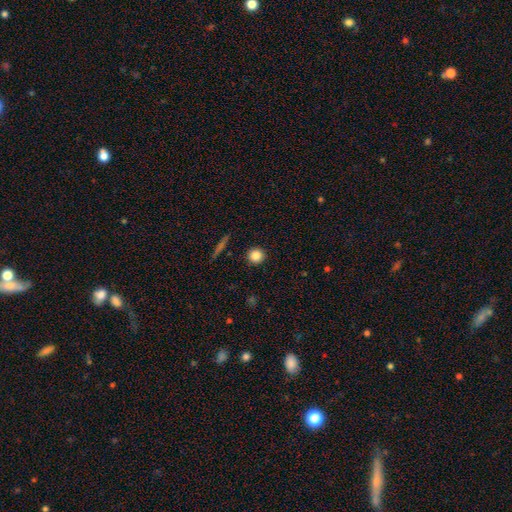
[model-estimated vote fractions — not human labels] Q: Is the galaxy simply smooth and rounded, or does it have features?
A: smooth — 83%.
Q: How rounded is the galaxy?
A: round — 93%.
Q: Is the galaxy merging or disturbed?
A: none — 92%.